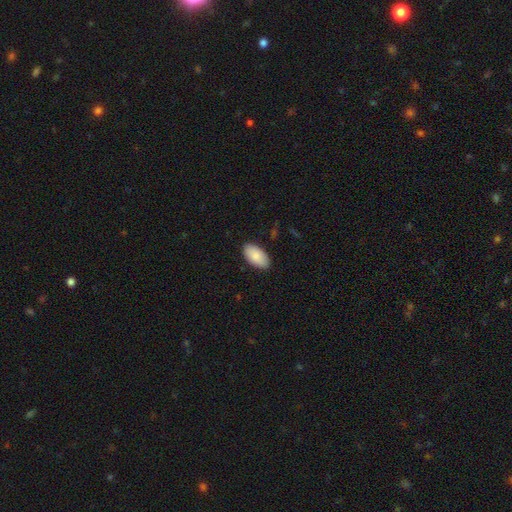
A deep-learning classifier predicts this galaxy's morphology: smooth 86%, featured or disk 8%, star or artifact 6%. Down the decision tree: how rounded — in between (96%); merging — none (87%).